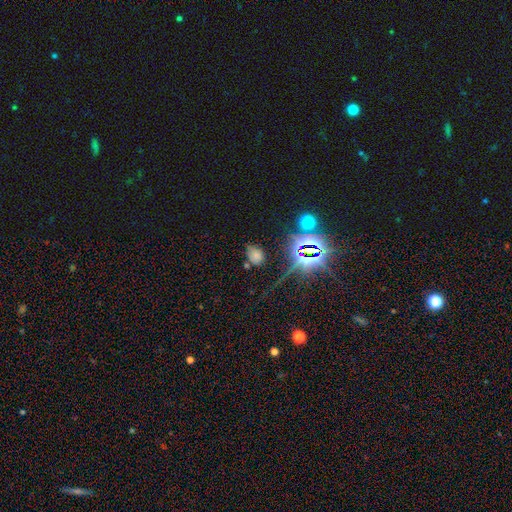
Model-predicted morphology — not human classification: This is possibly a smooth galaxy (53%). How rounded: likely in between (66%). Merging: likely none (65%).